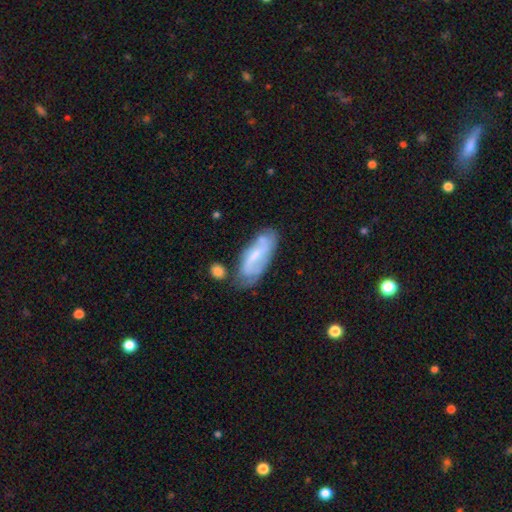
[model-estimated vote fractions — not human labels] Smooth or featured? Predicted: featured or disk (p=0.61). Edge-on disk? Predicted: no (p=0.88). Bar? Predicted: weak (p=0.45). Spiral arms? Predicted: yes (p=0.79). Bulge size? Predicted: small (p=0.54). Merging? Predicted: none (p=0.58).